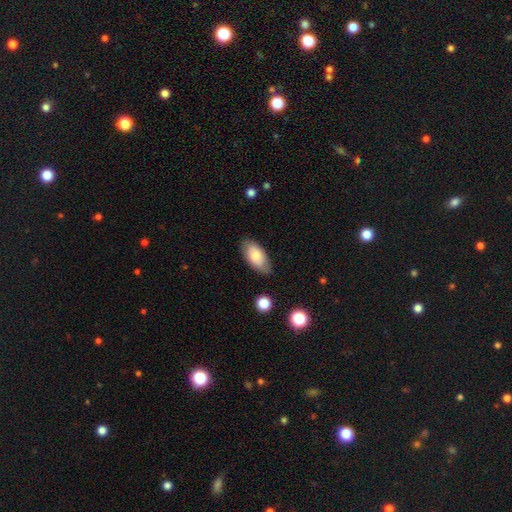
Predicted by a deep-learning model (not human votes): smooth-or-featured: smooth: 79% | featured or disk: 14% | star or artifact: 7%
  how-rounded: in between: 92% | cigar-shaped: 5% | round: 3%
  merging: none: 78% | minor disturbance: 17% | major disturbance: 3% | merger: 2%